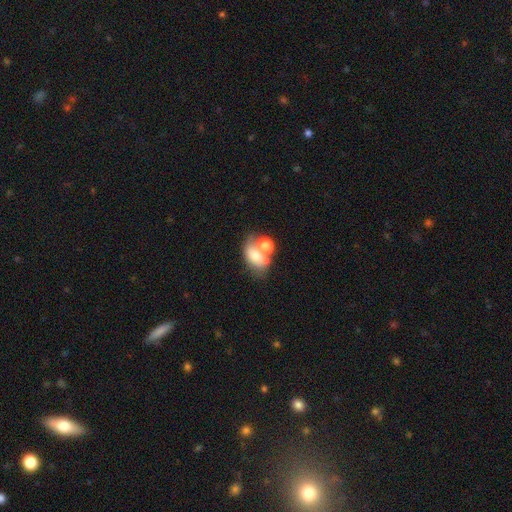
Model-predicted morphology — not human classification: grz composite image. It shows a smooth galaxy with no disk features (63%) that is in between round and cigar-shaped (75%). Merging: merger (48%).